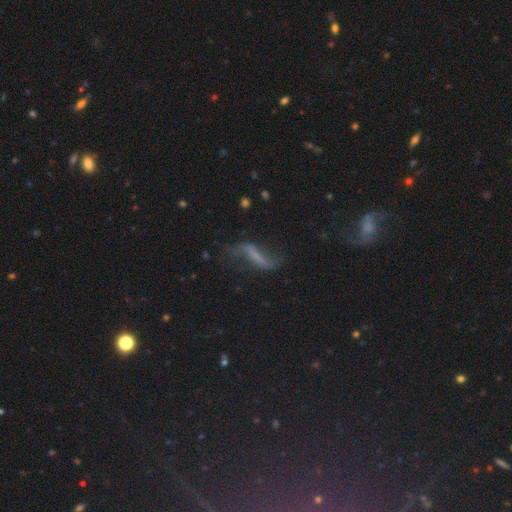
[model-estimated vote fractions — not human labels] smooth-or-featured: featured or disk: 65% | smooth: 23% | star or artifact: 12%
  disk-edge-on: no: 84% | yes: 16%
    bar: strong: 51% | weak: 27% | no: 23%
    has-spiral-arms: yes: 79% | no: 21%
    bulge-size: none: 67% | small: 20% | moderate: 9% | large: 3% | dominant: 2%
  merging: none: 56% | minor disturbance: 21% | major disturbance: 19% | merger: 5%